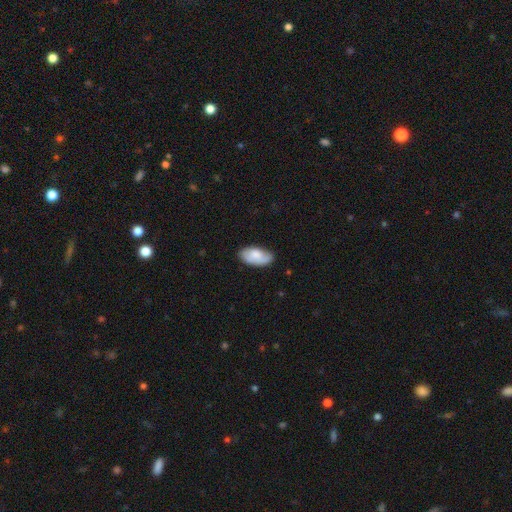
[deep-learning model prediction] Smooth or featured? Predicted: smooth (p=0.72). How rounded? Predicted: in between (p=0.94). Merging? Predicted: none (p=0.72).